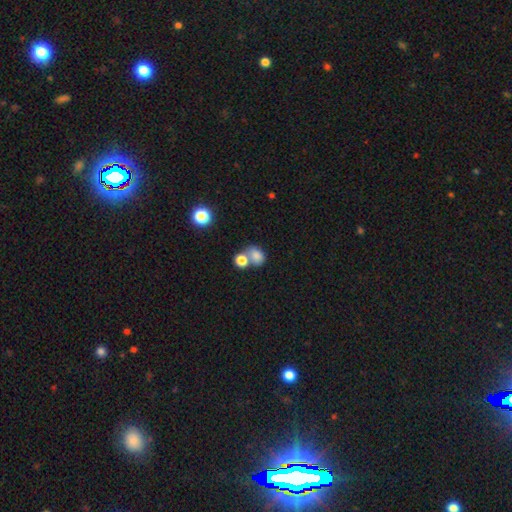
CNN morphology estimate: Smooth or featured? smooth (80%)
How rounded? in between (51%)
Merging? merger (46%)